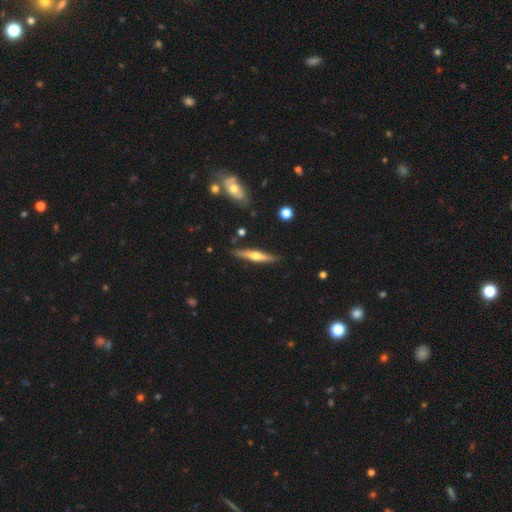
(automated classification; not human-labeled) smooth-or-featured: featured or disk: 60% | smooth: 34% | star or artifact: 6%
  disk-edge-on: yes: 96% | no: 4%
    edge-on-bulge: rounded: 90% | none: 6% | boxy: 4%
  merging: none: 87% | minor disturbance: 9% | merger: 2% | major disturbance: 2%